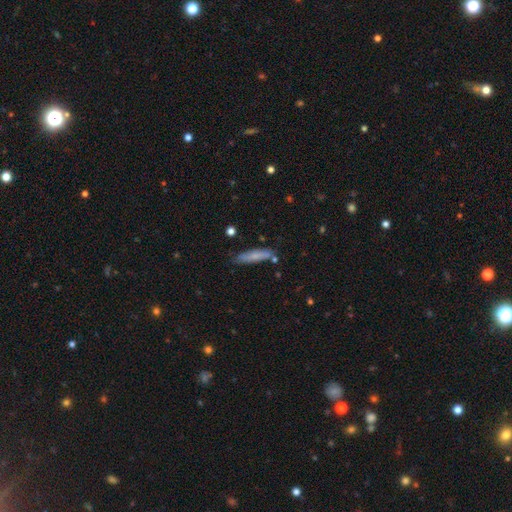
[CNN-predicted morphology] The model was most divided on "smooth or featured": smooth: 71%, featured or disk: 22%, star or artifact: 7%. More confident: how rounded — cigar-shaped (84%); merging — none (76%).